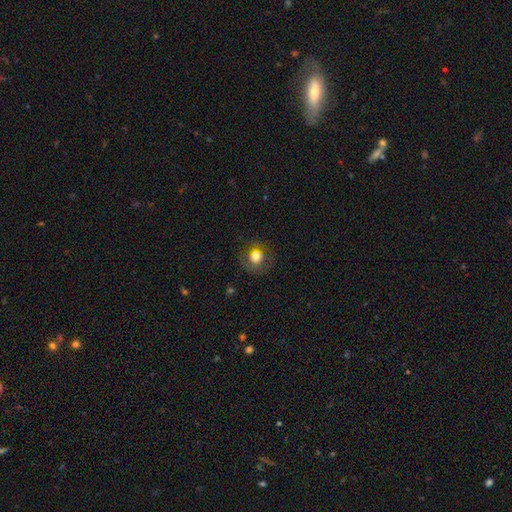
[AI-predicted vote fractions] smooth 70%, featured or disk 18%, star or artifact 12%. Down the decision tree: how rounded — round (85%); merging — none (78%).